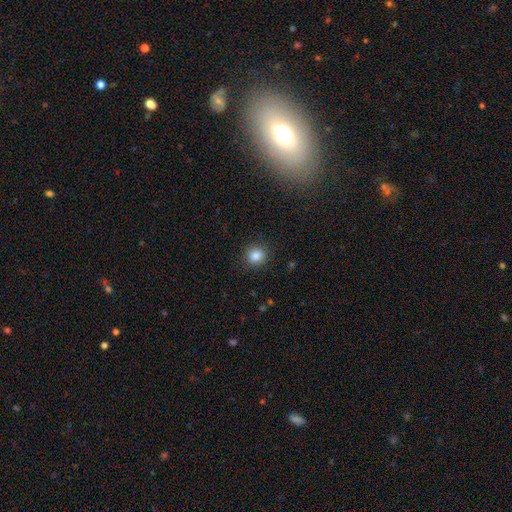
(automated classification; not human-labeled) Smooth or featured?
  - smooth: 85% *
  - star or artifact: 11%
  - featured or disk: 4%
How rounded?
  - round: 88% *
  - in between: 11%
  - cigar-shaped: 1%
Merging?
  - none: 90% *
  - minor disturbance: 7%
  - major disturbance: 2%
  - merger: 1%